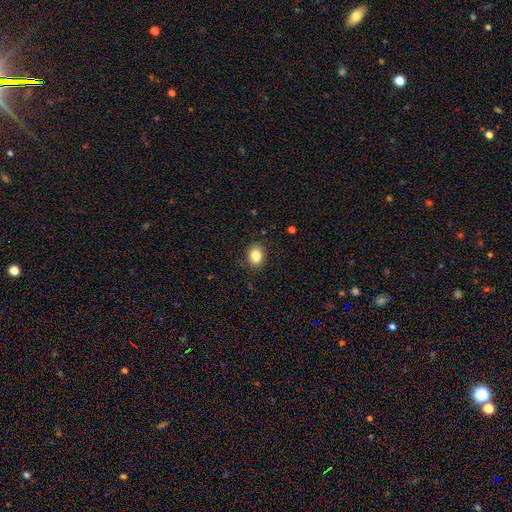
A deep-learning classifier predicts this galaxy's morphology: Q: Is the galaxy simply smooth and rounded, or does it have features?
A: smooth — 86%.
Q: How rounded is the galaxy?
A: in between — 57%.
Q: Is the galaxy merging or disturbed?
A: none — 85%.